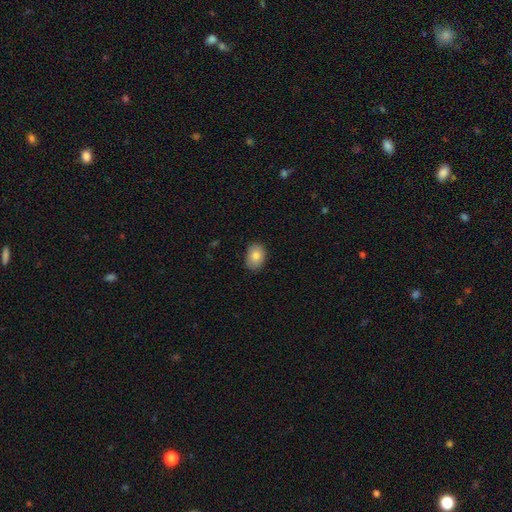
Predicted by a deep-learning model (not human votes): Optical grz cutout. It shows a smooth galaxy with no disk features (83%) that is in between round and cigar-shaped (74%). Merging: none (85%).